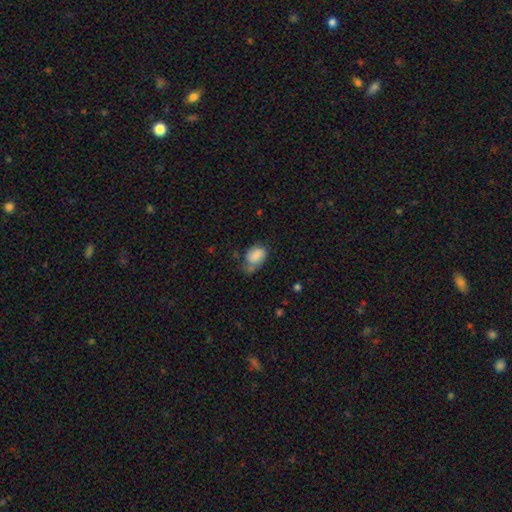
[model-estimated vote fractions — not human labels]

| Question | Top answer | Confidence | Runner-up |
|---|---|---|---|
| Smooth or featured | smooth | 80% | featured or disk (12%) |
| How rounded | in between | 81% | round (18%) |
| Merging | minor disturbance | 36% | none (35%) |